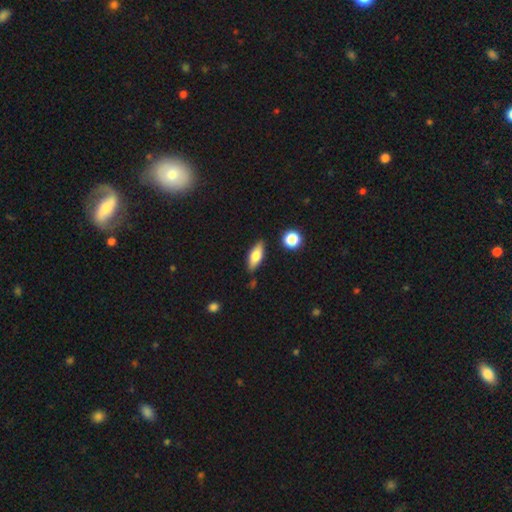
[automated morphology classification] Overall: smooth (69%). How rounded: in between (71%). Merging: none (82%).